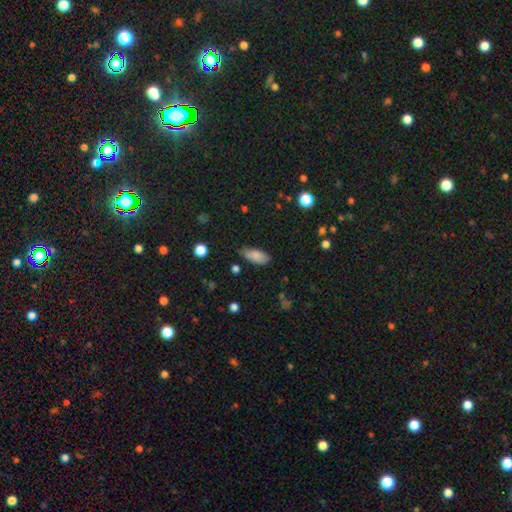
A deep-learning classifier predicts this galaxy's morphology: A smooth galaxy with no disk features (83%) that is in between round and cigar-shaped (85%). Merging: none (76%).